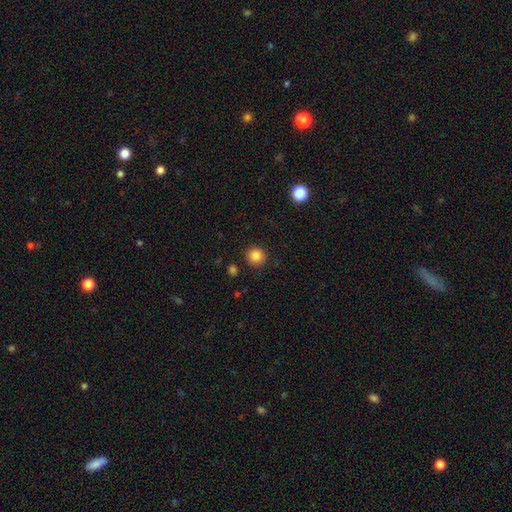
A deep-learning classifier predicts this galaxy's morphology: Q: Smooth or featured?
A: smooth (84%); runner-up: star or artifact (11%)
Q: How rounded?
A: round (93%); runner-up: in between (6%)
Q: Merging?
A: none (90%); runner-up: minor disturbance (6%)